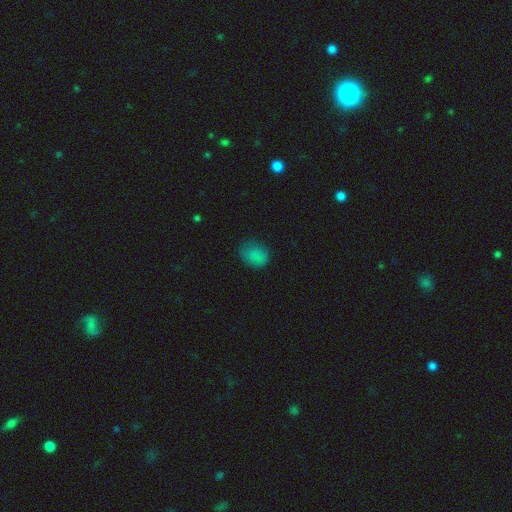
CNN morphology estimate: Smooth or featured: smooth — 81% (star or artifact — 13%)
How rounded: in between — 51% (round — 47%)
Merging: none — 63% (minor disturbance — 26%)